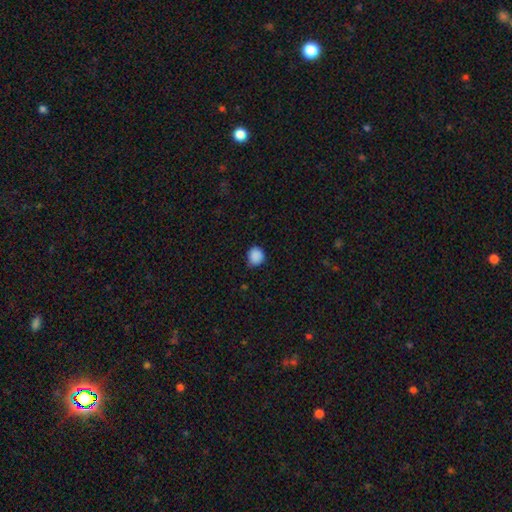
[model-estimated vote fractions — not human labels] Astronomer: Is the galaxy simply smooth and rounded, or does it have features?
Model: smooth — 88%.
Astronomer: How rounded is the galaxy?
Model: round — 80%.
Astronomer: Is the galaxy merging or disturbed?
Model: none — 82%.